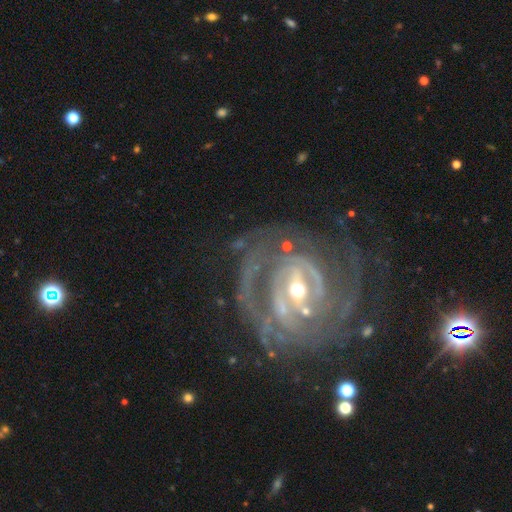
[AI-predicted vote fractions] smooth-or-featured: featured or disk: 89% | star or artifact: 7% | smooth: 4%
  disk-edge-on: no: 96% | yes: 4%
    bar: strong: 48% | weak: 35% | no: 18%
    has-spiral-arms: yes: 94% | no: 6%
      spiral-winding: tight: 68% | medium: 25% | loose: 6%
      spiral-arm-count: can't tell: 29% | 2: 22% | 3: 19% | 4: 13% | more than 4: 9% | 1: 7%
    bulge-size: moderate: 49% | small: 45% | large: 4% | none: 1% | dominant: 1%
  merging: none: 64% | major disturbance: 17% | minor disturbance: 16% | merger: 3%